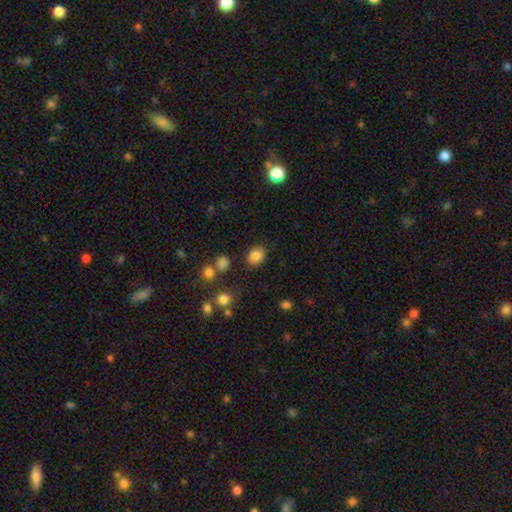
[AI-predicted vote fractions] The model was most divided on "how rounded": in between: 57%, round: 42%, cigar-shaped: 1%. More confident: smooth or featured — smooth (83%); merging — none (83%).